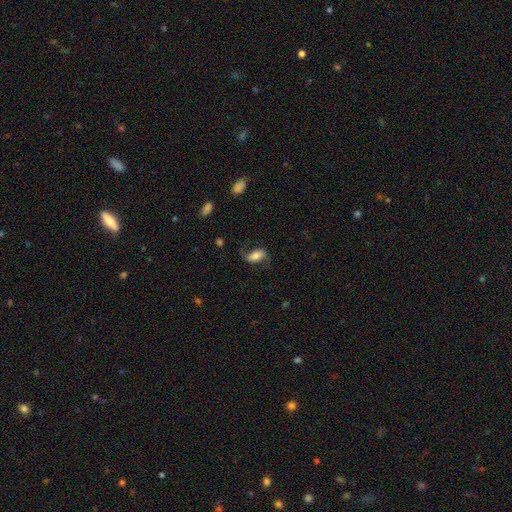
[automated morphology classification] Overall: featured or disk (54%; smooth 37%). Edge-on disk: no (92%). Merging: none (64%).